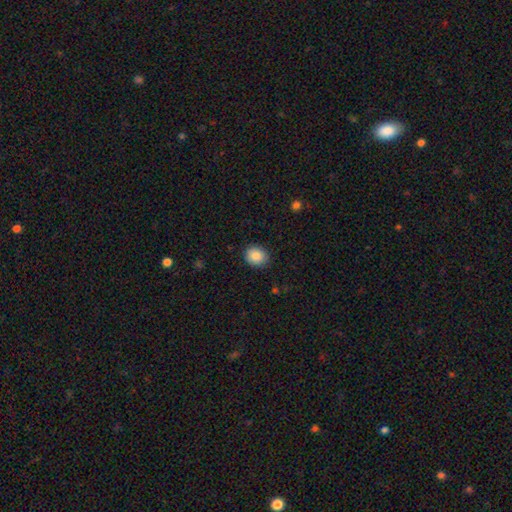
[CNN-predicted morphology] smooth_or_featured: smooth (p=0.86) [alt: star or artifact p=0.09]
how_rounded: round (p=0.71) [alt: in between p=0.28]
merging: none (p=0.88) [alt: minor disturbance p=0.09]